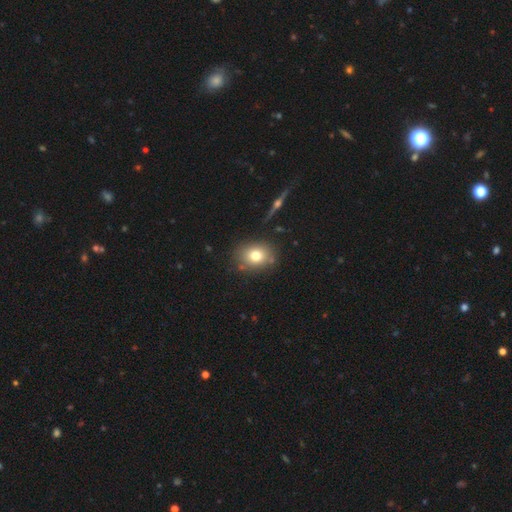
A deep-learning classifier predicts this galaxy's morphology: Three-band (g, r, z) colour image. It shows a smooth galaxy with no disk features (75%) that is round (53%). Merging: none (81%).